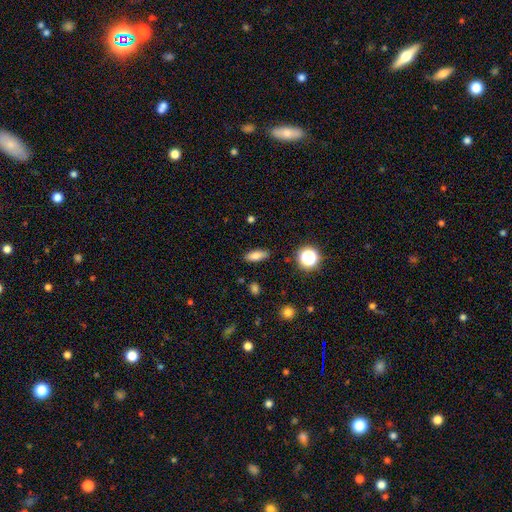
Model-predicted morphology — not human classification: type=smooth (78%); roundness=in between (67%); merging=none (86%).